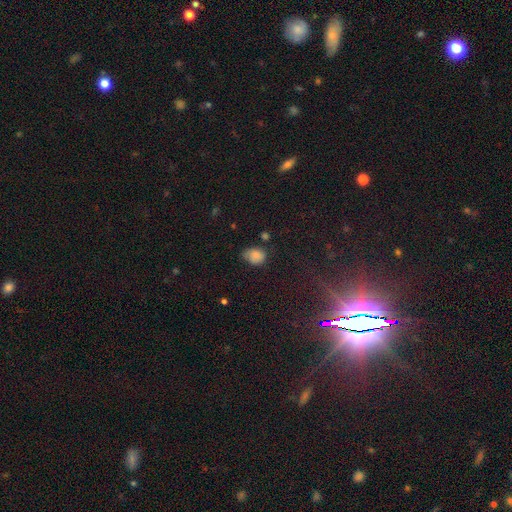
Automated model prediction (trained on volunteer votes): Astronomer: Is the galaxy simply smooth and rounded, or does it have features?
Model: smooth — 81%.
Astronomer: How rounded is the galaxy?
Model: in between — 61% (runner-up: round, 38%).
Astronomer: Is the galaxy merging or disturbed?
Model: none — 52% (runner-up: minor disturbance, 36%).